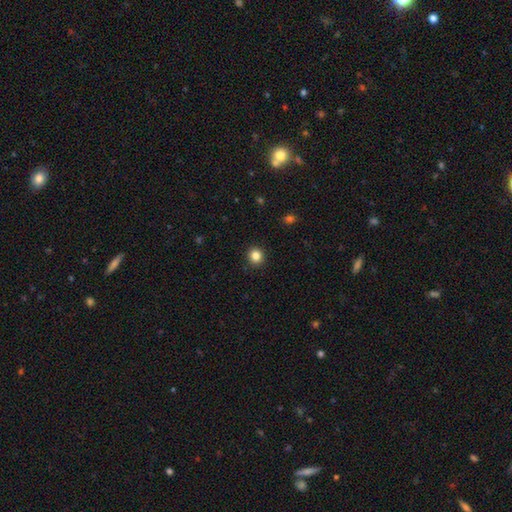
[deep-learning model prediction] Q: Smooth or featured?
A: smooth (84%); runner-up: star or artifact (12%)
Q: How rounded?
A: round (91%); runner-up: in between (8%)
Q: Merging?
A: none (92%); runner-up: minor disturbance (5%)